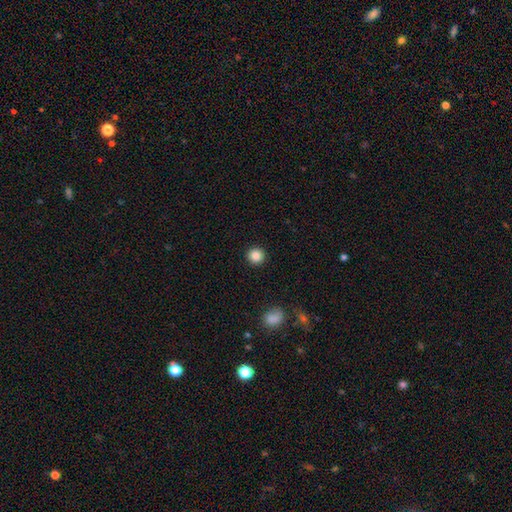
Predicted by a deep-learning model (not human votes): Smooth or featured? Predicted: smooth (p=0.87). How rounded? Predicted: round (p=0.95). Merging? Predicted: none (p=0.93).